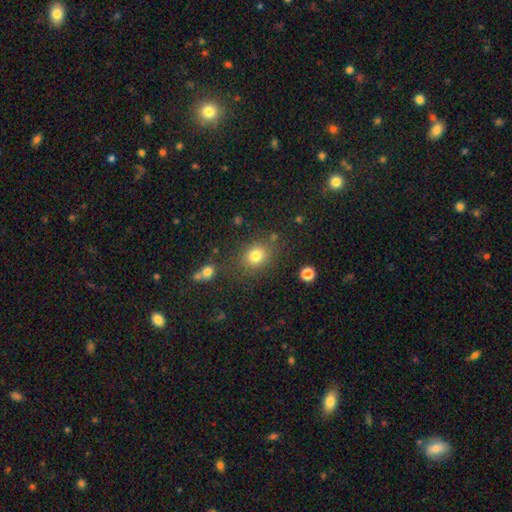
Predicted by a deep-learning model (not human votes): A smooth galaxy with no disk features (79%) that is round (58%). Merging: none (78%).